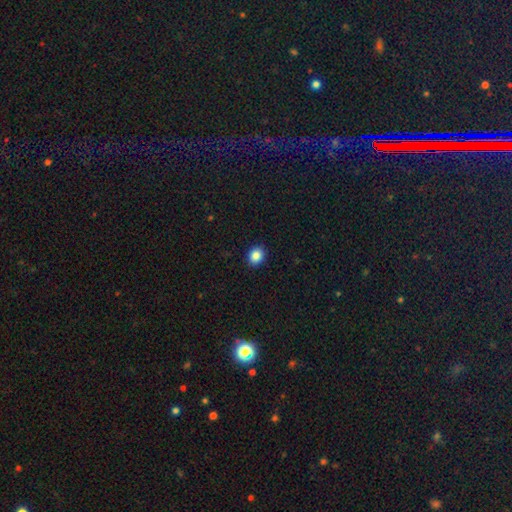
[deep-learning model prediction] This is clearly a smooth galaxy (86%). How rounded: possibly round (57%). Merging: clearly none (91%).